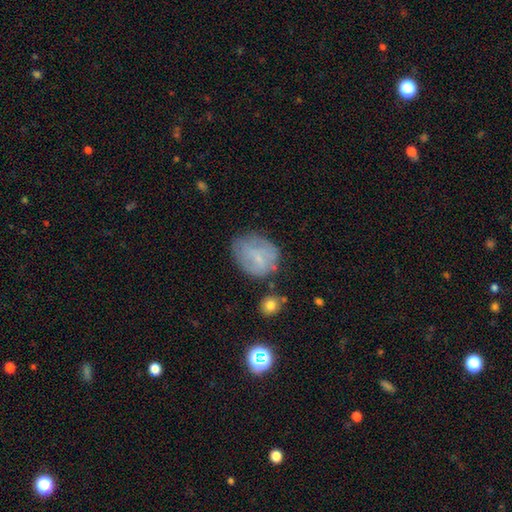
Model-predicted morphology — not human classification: Smooth or featured? smooth (55%)
How rounded? round (50%)
Merging? none (55%)